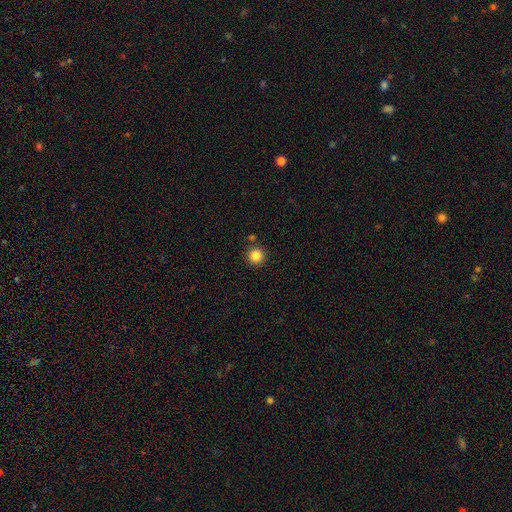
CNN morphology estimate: type=smooth (85%); roundness=round (96%); merging=none (88%).